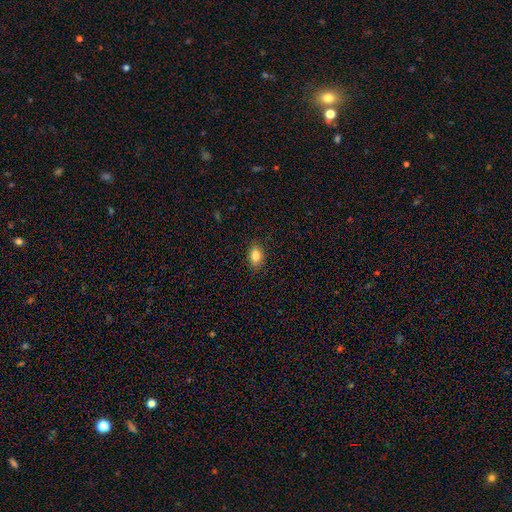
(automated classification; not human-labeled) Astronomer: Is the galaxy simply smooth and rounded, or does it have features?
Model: smooth — 84%.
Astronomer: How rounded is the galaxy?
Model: in between — 81%.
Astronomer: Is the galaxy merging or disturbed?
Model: none — 86%.